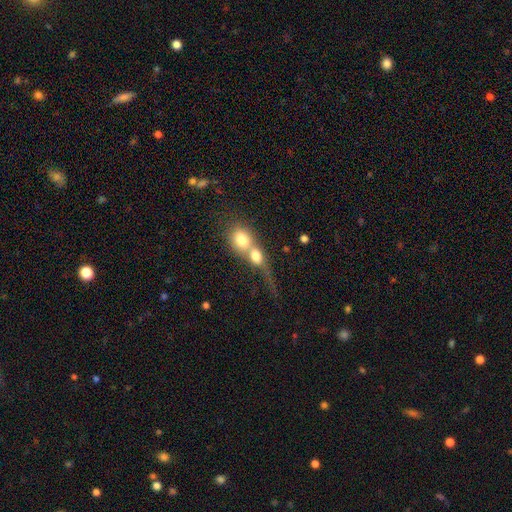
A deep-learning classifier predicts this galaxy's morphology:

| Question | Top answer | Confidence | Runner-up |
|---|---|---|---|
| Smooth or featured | smooth | 68% | featured or disk (22%) |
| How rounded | round | 60% | in between (35%) |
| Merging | merger | 76% | none (14%) |